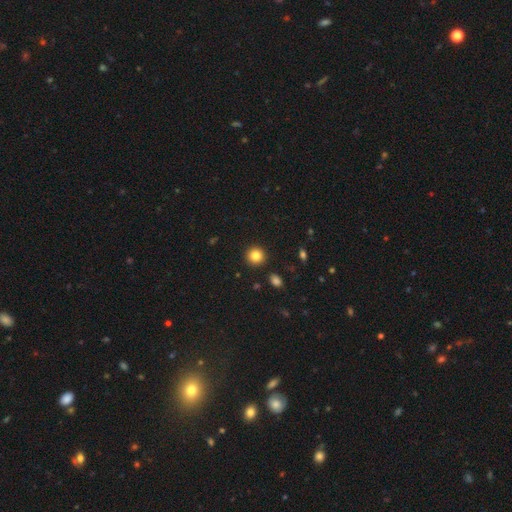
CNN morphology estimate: type=smooth (84%); roundness=round (93%); merging=none (92%).